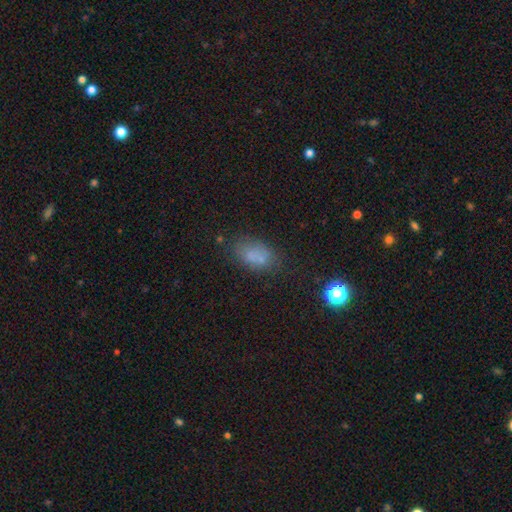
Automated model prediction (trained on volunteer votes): A smooth galaxy with no disk features (67%) that is in between round and cigar-shaped (85%).

Vote fractions:
- Smooth or featured? smooth: 67% / star or artifact: 17% / featured or disk: 17%
- How rounded? in between: 85% / round: 12% / cigar-shaped: 3%
- Merging? none: 57% / minor disturbance: 21% / merger: 13% / major disturbance: 10%